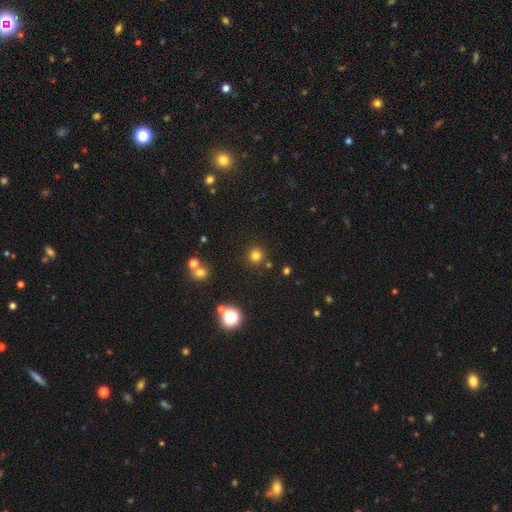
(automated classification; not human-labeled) smooth-or-featured: smooth: 77% | star or artifact: 18% | featured or disk: 5%
  how-rounded: round: 95% | in between: 4% | cigar-shaped: 1%
  merging: none: 87% | minor disturbance: 6% | merger: 4% | major disturbance: 3%